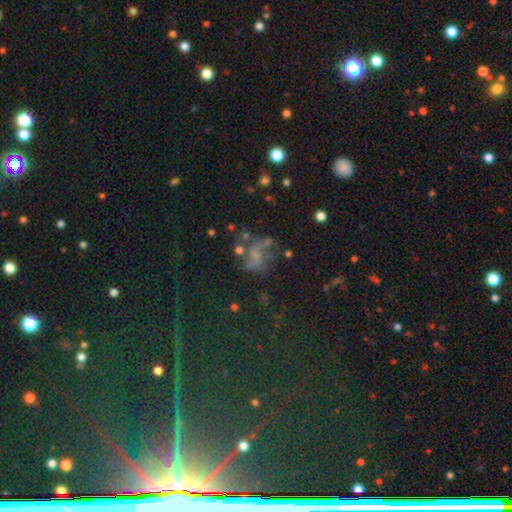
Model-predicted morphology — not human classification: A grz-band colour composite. It shows a featured or disk galaxy (47%). Merging: none (41%).